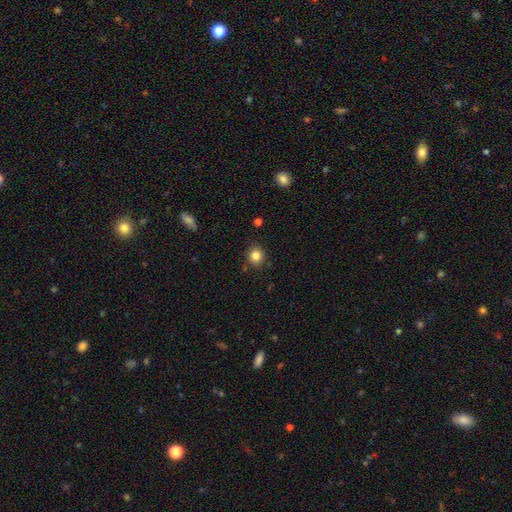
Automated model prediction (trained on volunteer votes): smooth-or-featured: smooth: 83% | star or artifact: 12% | featured or disk: 6%
  how-rounded: round: 85% | in between: 14% | cigar-shaped: 1%
  merging: none: 86% | minor disturbance: 10% | major disturbance: 2% | merger: 2%